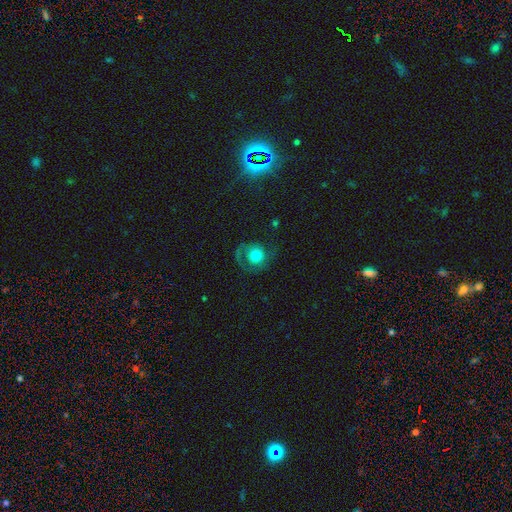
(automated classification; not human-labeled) A smooth galaxy with no disk features (46%). Merging: none (59%).